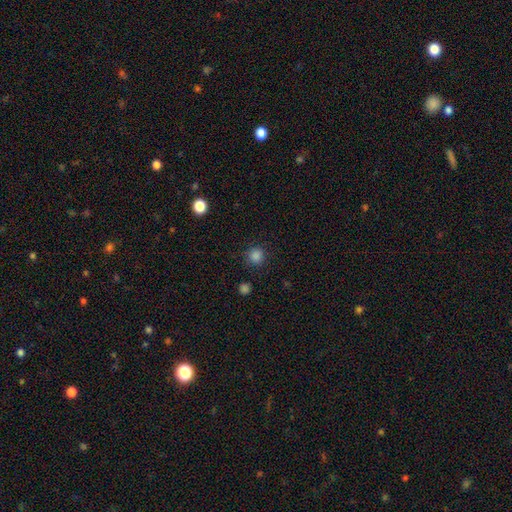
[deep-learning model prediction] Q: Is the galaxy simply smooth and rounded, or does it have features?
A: smooth — 85%.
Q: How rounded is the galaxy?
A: round — 93%.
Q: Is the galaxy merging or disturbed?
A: none — 88%.